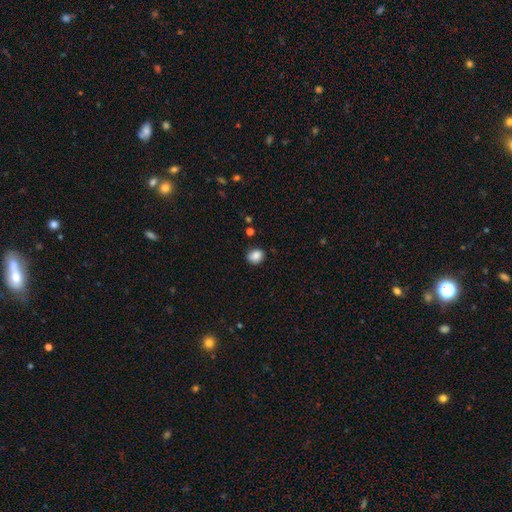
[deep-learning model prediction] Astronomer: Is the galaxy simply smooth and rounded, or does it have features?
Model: smooth — 86%.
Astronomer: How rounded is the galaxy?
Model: round — 64%.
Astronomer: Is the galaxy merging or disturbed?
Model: none — 81%.